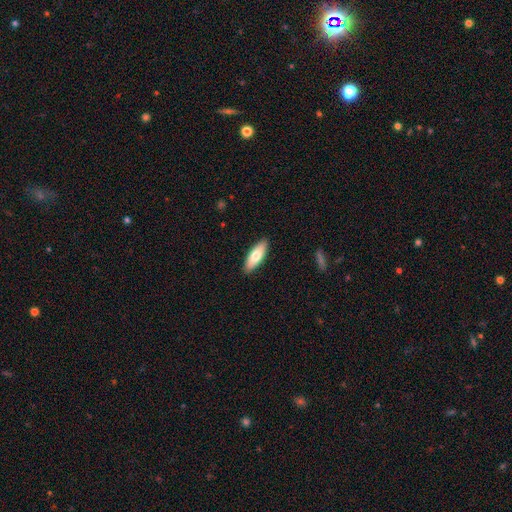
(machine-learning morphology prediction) The model was most divided on "how rounded": in between: 66%, cigar-shaped: 32%, round: 2%. More confident: merging — none (90%); smooth or featured — smooth (71%).